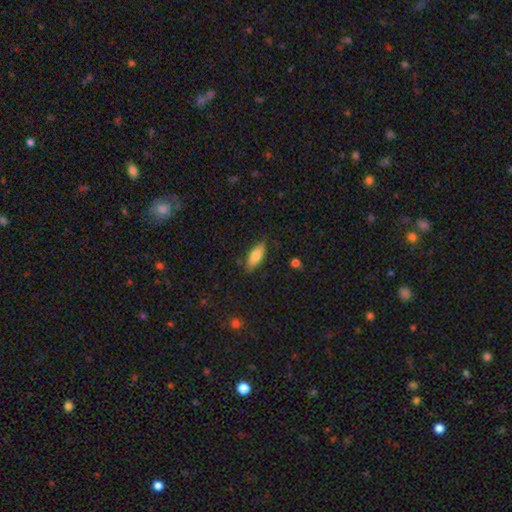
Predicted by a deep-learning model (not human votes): Smooth or featured? smooth (79%)
How rounded? in between (75%)
Merging? none (83%)